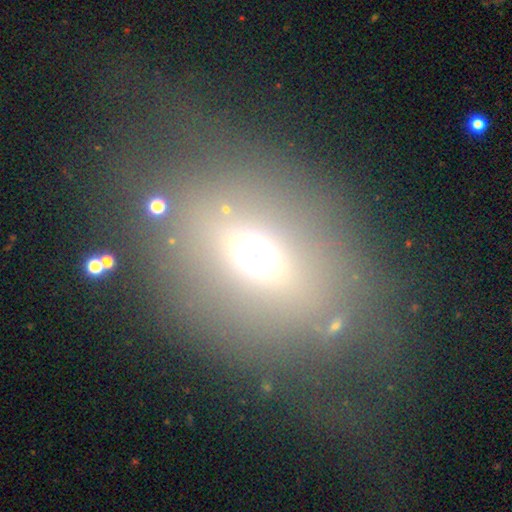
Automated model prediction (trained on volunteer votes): A smooth galaxy with no disk features (57%) that is in between round and cigar-shaped (61%).

Vote fractions:
- Smooth or featured? smooth: 57% / star or artifact: 22% / featured or disk: 21%
- How rounded? in between: 61% / round: 35% / cigar-shaped: 4%
- Merging? none: 61% / major disturbance: 17% / minor disturbance: 16% / merger: 6%